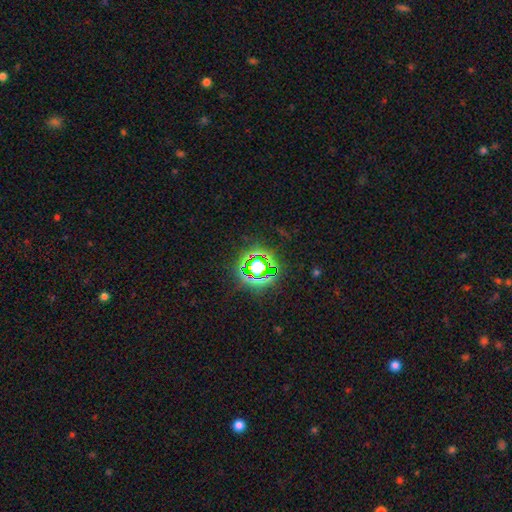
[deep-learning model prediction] The model was most divided on "smooth or featured": star or artifact: 81%, smooth: 12%, featured or disk: 7%.